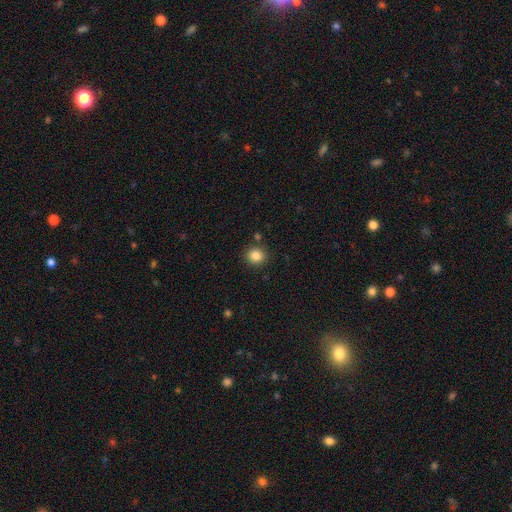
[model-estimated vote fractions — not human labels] Morphology: type=smooth (85%); roundness=round (88%); merging=none (87%).